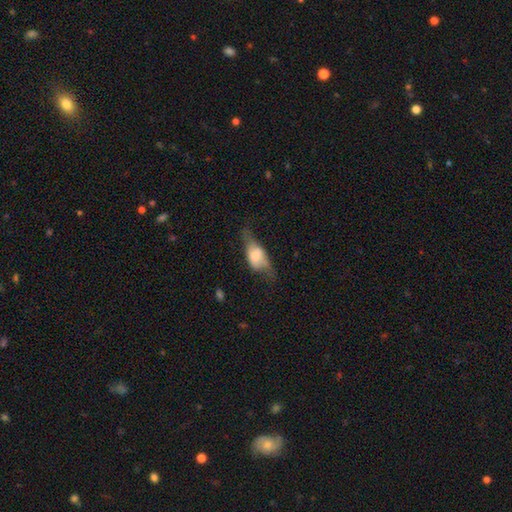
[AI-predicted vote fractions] Q: Smooth or featured?
A: smooth (48%); runner-up: featured or disk (45%)
Q: Merging?
A: none (45%); runner-up: minor disturbance (29%)